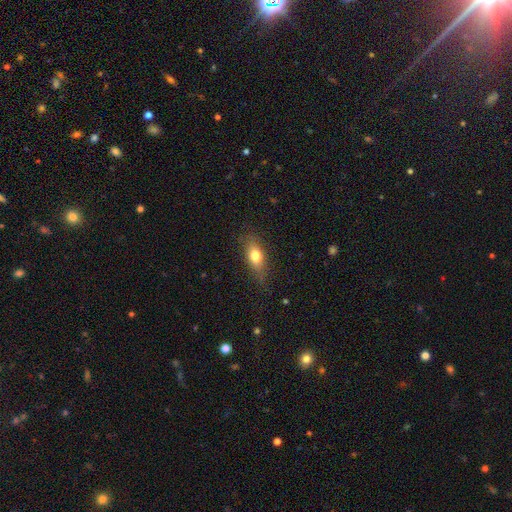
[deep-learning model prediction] A smooth galaxy with no disk features (72%) that is in between round and cigar-shaped (73%). Merging: none (75%).